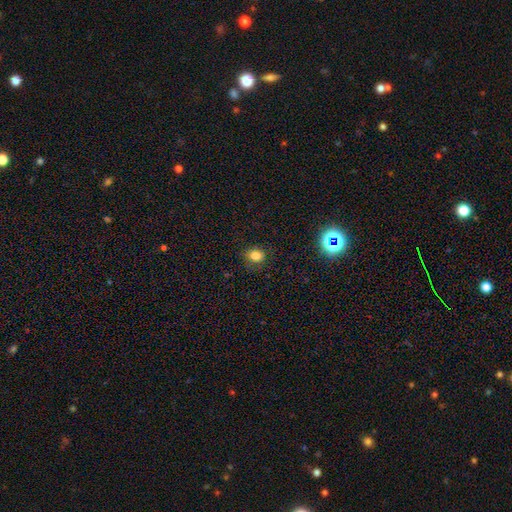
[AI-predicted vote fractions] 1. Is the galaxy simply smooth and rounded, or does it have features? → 80% smooth, 14% star or artifact, 6% featured or disk.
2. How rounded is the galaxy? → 56% round, 43% in between, 1% cigar-shaped.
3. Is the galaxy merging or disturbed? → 83% none, 12% minor disturbance, 3% major disturbance, 1% merger.